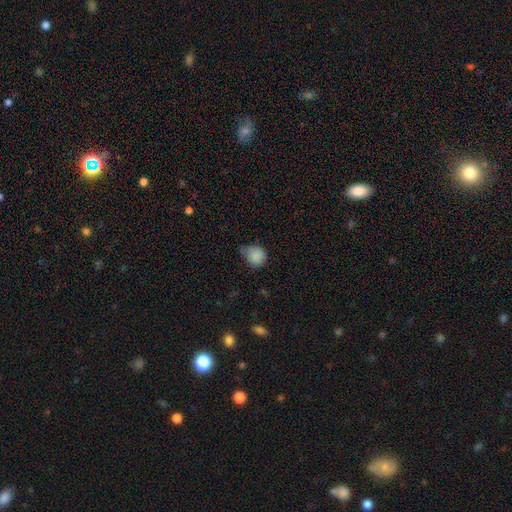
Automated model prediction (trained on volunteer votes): smooth 85%, star or artifact 9%, featured or disk 6%. Down the decision tree: how rounded — round (81%); merging — none (48%).